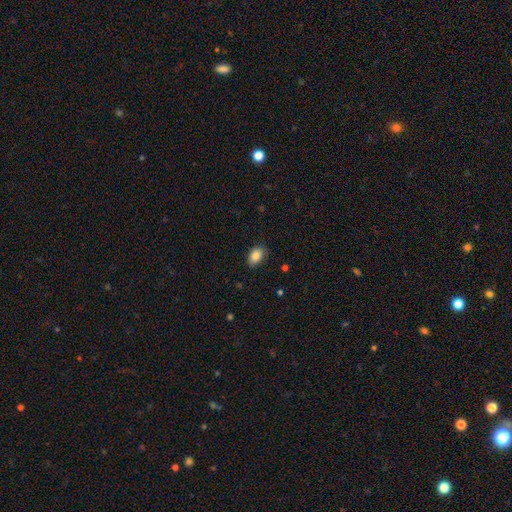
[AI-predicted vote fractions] Overall: smooth (85%). How rounded: in between (85%). Merging: none (83%).